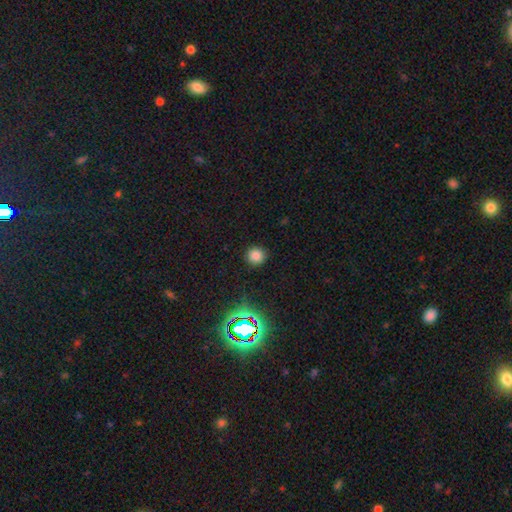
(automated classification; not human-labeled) smooth_or_featured: smooth (p=0.77) [alt: star or artifact p=0.18]
how_rounded: round (p=0.93) [alt: in between p=0.06]
merging: none (p=0.90) [alt: minor disturbance p=0.06]